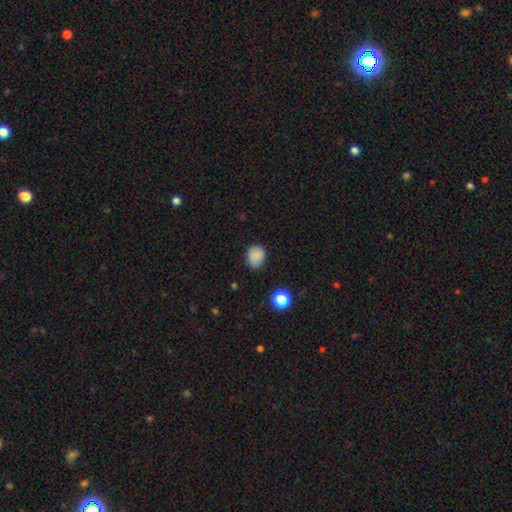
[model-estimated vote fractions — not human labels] A smooth galaxy with no disk features (85%) that is round (63%). Merging: none (77%).